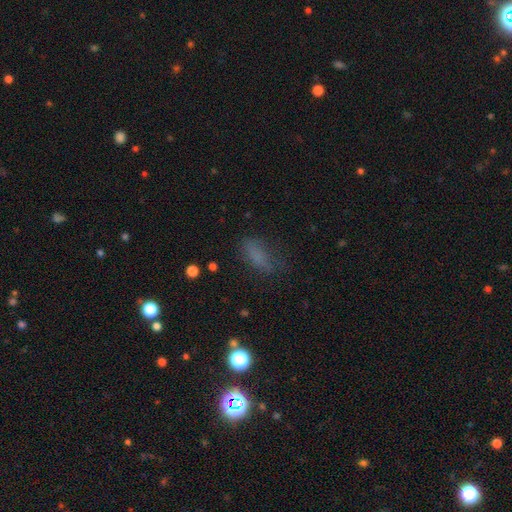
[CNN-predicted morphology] The model was most divided on "merging": none: 63%, minor disturbance: 22%, major disturbance: 13%, merger: 2%. More confident: how rounded — in between (74%); smooth or featured — smooth (68%).